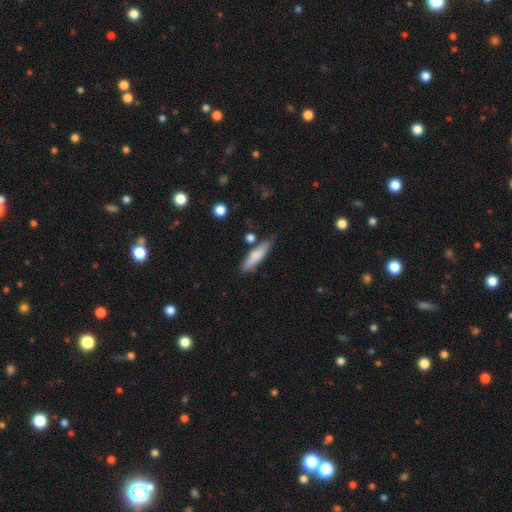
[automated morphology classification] Smooth or featured? smooth (77%)
How rounded? cigar-shaped (72%)
Merging? none (69%)